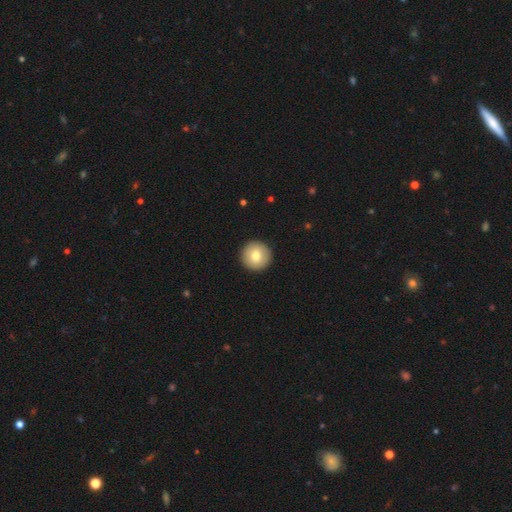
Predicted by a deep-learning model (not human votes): Q: Smooth or featured?
A: smooth (78%); runner-up: featured or disk (14%)
Q: How rounded?
A: round (96%); runner-up: in between (3%)
Q: Merging?
A: none (93%); runner-up: minor disturbance (4%)